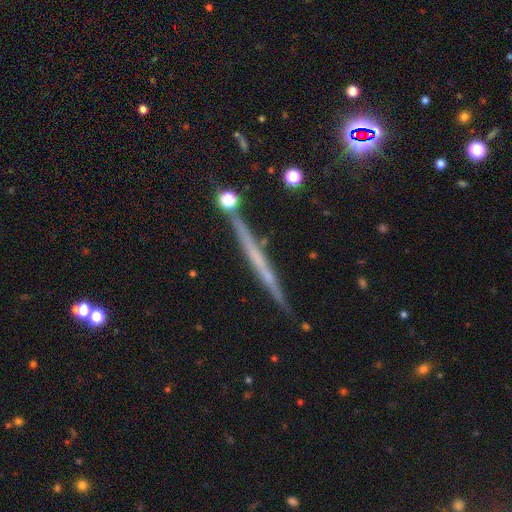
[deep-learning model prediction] smooth-or-featured: featured or disk: 60% | smooth: 31% | star or artifact: 9%
  disk-edge-on: yes: 97% | no: 3%
    edge-on-bulge: none: 86% | rounded: 9% | boxy: 5%
  merging: none: 86% | minor disturbance: 9% | merger: 3% | major disturbance: 2%